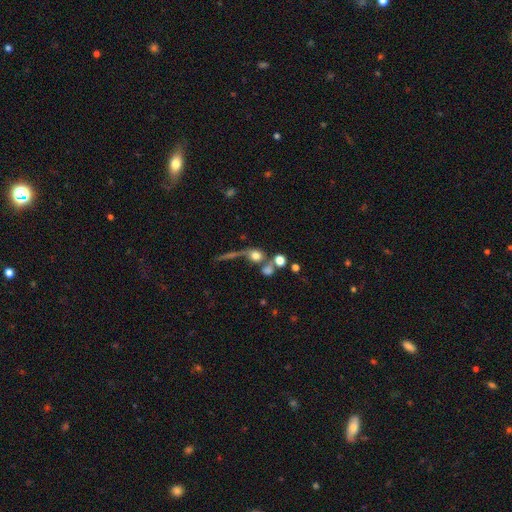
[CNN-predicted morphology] Q: Smooth or featured?
A: smooth (62%); runner-up: featured or disk (22%)
Q: How rounded?
A: round (77%); runner-up: in between (18%)
Q: Merging?
A: merger (40%); runner-up: none (34%)